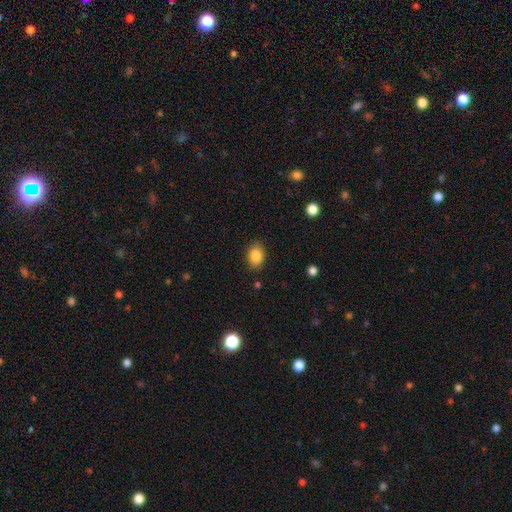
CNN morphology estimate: Smooth or featured? smooth (86%)
How rounded? in between (71%)
Merging? none (85%)